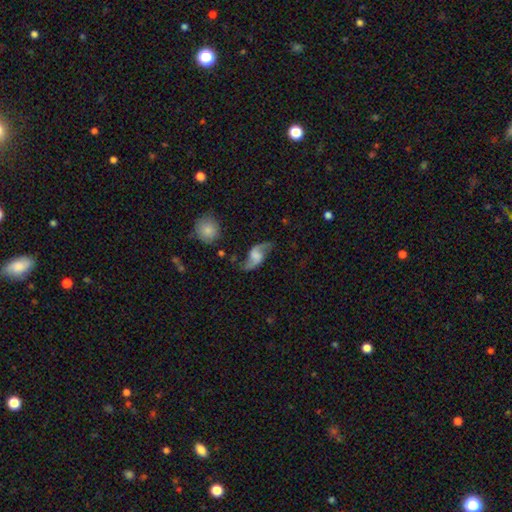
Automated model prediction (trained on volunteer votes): Smooth or featured? Predicted: featured or disk (p=0.80). Edge-on disk? Predicted: no (p=0.96). Bar? Predicted: no (p=0.46). Spiral arms? Predicted: yes (p=0.95). Spiral winding? Predicted: loose (p=0.80). Spiral arm count? Predicted: 2 (p=0.93). Bulge size? Predicted: none (p=0.42). Merging? Predicted: none (p=0.71).